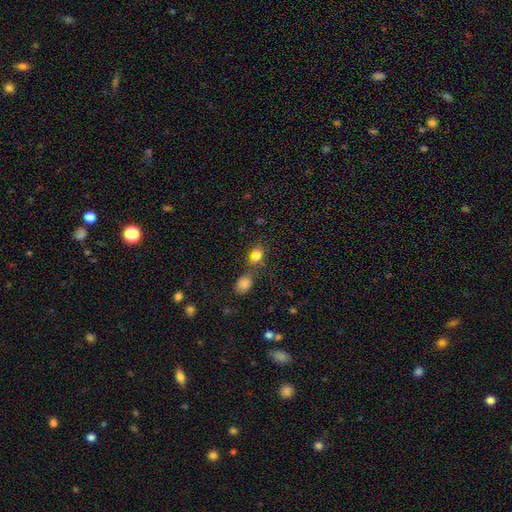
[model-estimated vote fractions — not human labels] Overall: smooth (80%). How rounded: in between (74%). Merging: none (58%; merger 23%).